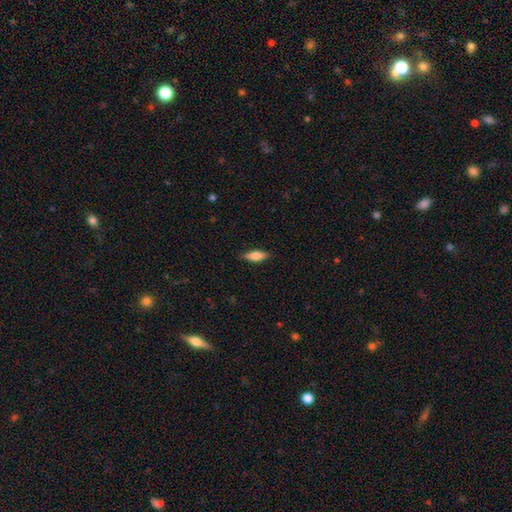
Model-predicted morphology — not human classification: Smooth or featured? Predicted: smooth (p=0.74). How rounded? Predicted: in between (p=0.59). Merging? Predicted: none (p=0.87).